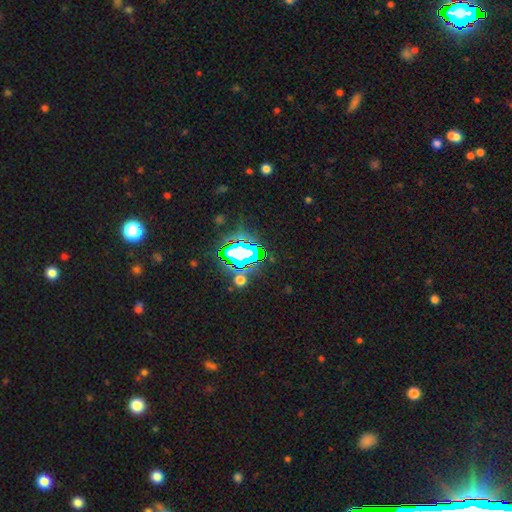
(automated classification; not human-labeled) Smooth or featured? Predicted: star or artifact (p=0.80).